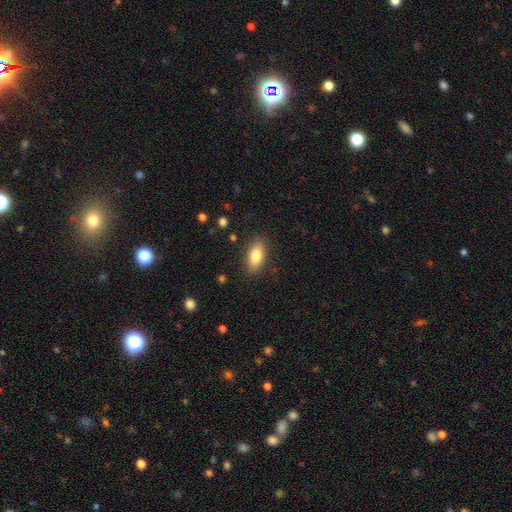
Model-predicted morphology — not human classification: Smooth or featured? Predicted: smooth (p=0.82). How rounded? Predicted: in between (p=0.87). Merging? Predicted: none (p=0.86).